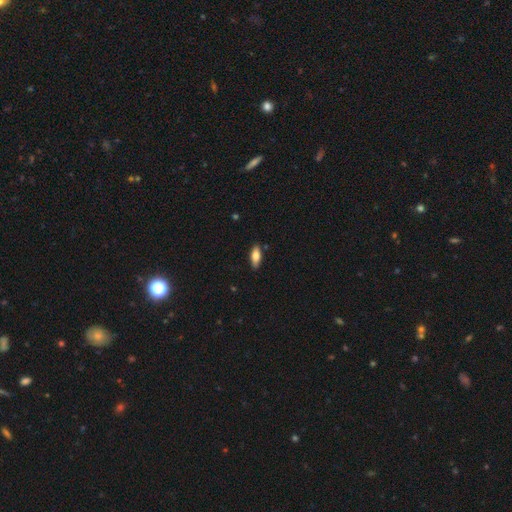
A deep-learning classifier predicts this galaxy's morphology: This appears to be a smooth galaxy with no disk features (76%) that is in between round and cigar-shaped (79%). Merging: none (86%).